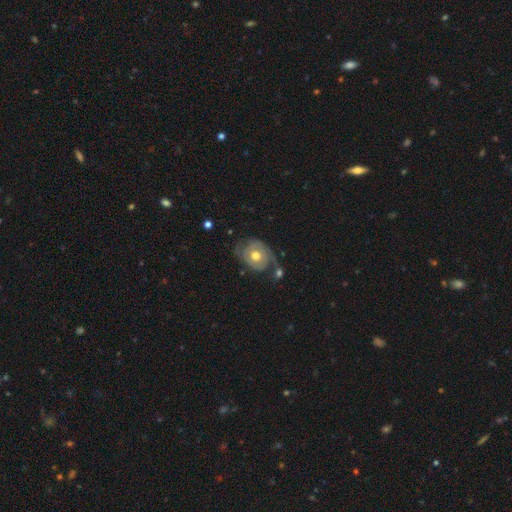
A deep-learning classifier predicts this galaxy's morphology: featured or disk 74%, smooth 19%, star or artifact 7%. Down the decision tree: edge-on disk — no (97%); bar — no (80%); spiral arms — yes (86%); spiral arm count — 2 (73%); spiral winding — tight (50%); bulge size — moderate (79%); merging — none (57%).